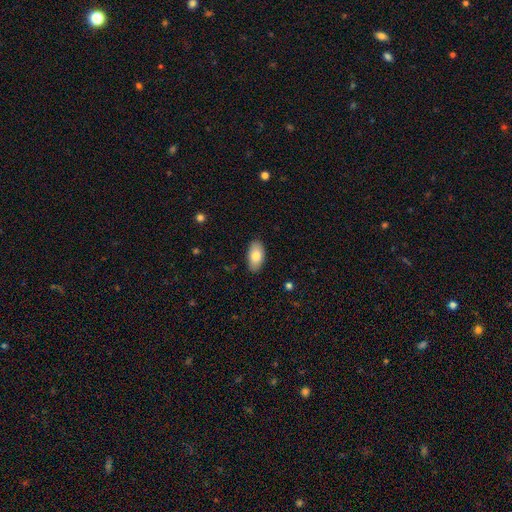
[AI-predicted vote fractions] This is clearly a smooth galaxy (82%). How rounded: clearly in between (94%). Merging: clearly none (88%).